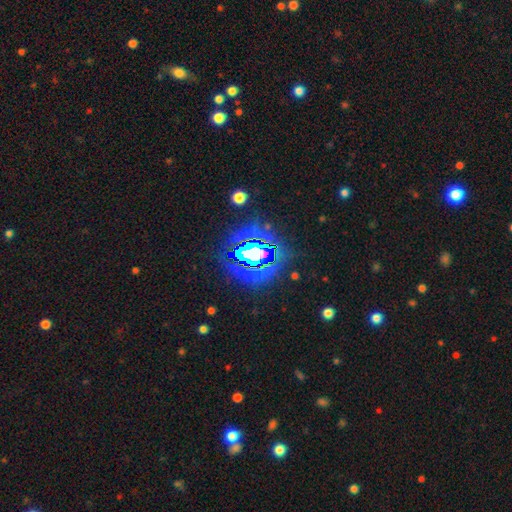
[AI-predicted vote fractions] A star or artifact, not a galaxy (78%).